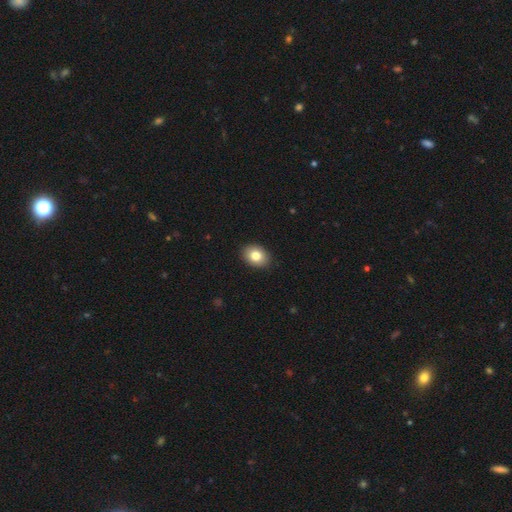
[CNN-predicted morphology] The model was most divided on "how rounded": in between: 66%, round: 33%, cigar-shaped: 1%. More confident: merging — none (90%); smooth or featured — smooth (82%).